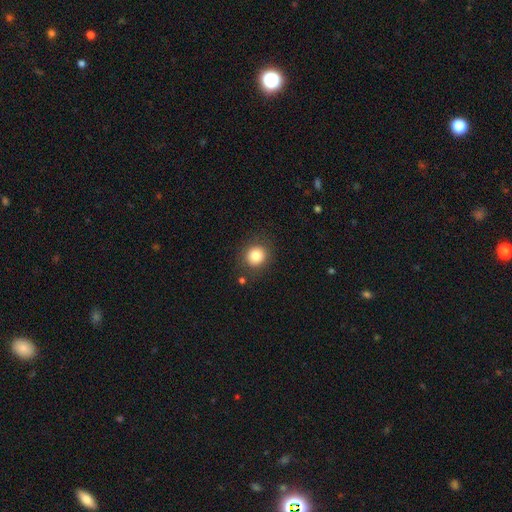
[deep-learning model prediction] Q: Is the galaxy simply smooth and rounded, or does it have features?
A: smooth — 82%.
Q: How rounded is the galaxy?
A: round — 87%.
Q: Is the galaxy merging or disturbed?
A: none — 86%.